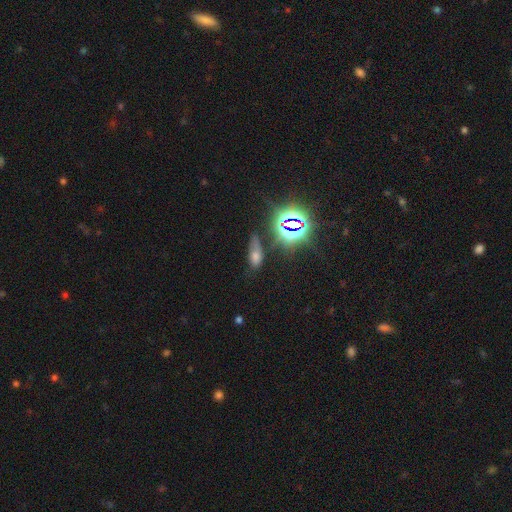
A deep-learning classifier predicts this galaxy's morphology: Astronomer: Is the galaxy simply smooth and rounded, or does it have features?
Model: star or artifact — 44% (runner-up: smooth, 40%).